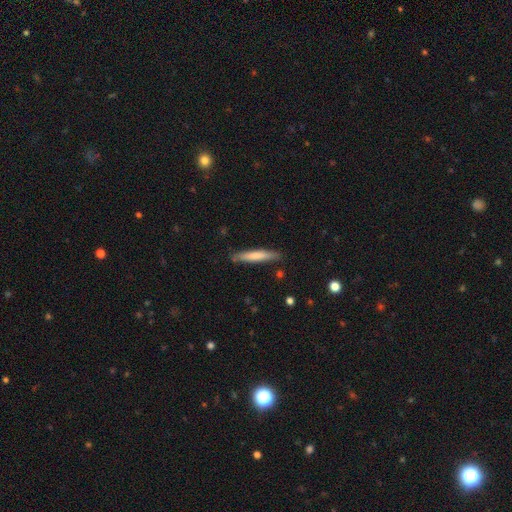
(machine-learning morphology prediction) Overall: smooth (70%). How rounded: cigar-shaped (93%). Merging: none (85%).